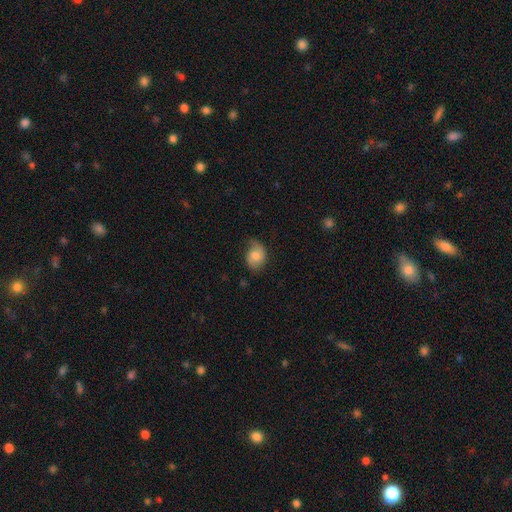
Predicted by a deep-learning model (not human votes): This appears to be a smooth galaxy with no disk features (58%) that is in between round and cigar-shaped (67%). Merging: none (59%).